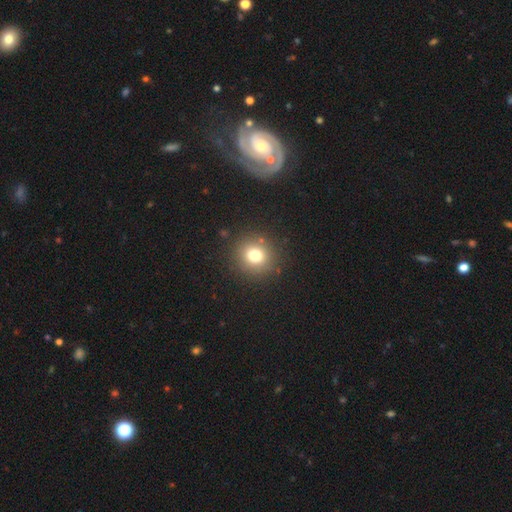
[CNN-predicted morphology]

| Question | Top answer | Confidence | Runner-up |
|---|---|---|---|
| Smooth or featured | smooth | 75% | star or artifact (16%) |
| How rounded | round | 89% | in between (10%) |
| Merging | none | 87% | minor disturbance (7%) |